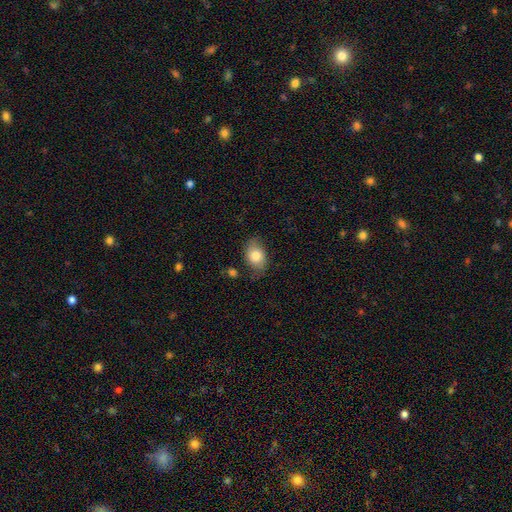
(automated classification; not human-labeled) The model was most divided on "merging": none: 72%, minor disturbance: 21%, major disturbance: 5%, merger: 2%. More confident: how rounded — in between (83%); smooth or featured — smooth (78%).